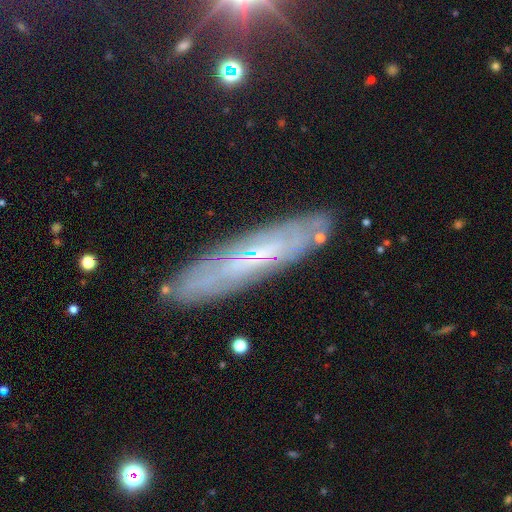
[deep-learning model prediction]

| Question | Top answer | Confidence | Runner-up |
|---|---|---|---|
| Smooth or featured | featured or disk | 54% | smooth (37%) |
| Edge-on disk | yes | 53% | no (47%) |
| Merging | none | 81% | minor disturbance (13%) |